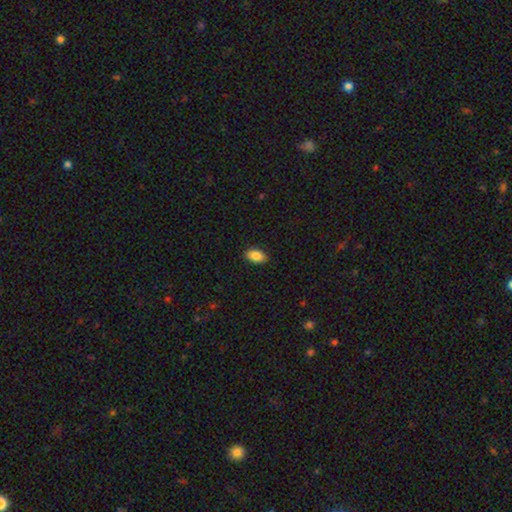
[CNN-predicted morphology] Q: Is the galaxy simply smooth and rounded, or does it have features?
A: smooth — 87%.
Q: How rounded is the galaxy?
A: in between — 92%.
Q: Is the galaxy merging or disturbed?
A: none — 89%.